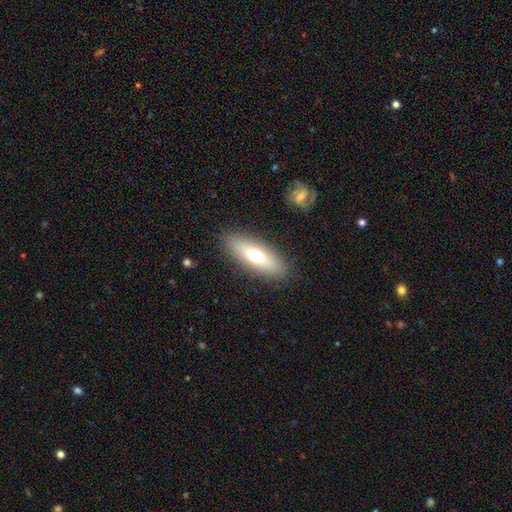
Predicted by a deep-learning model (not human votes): Smooth or featured: smooth — 63% (featured or disk — 30%)
How rounded: in between — 59% (cigar-shaped — 38%)
Merging: none — 88% (minor disturbance — 8%)